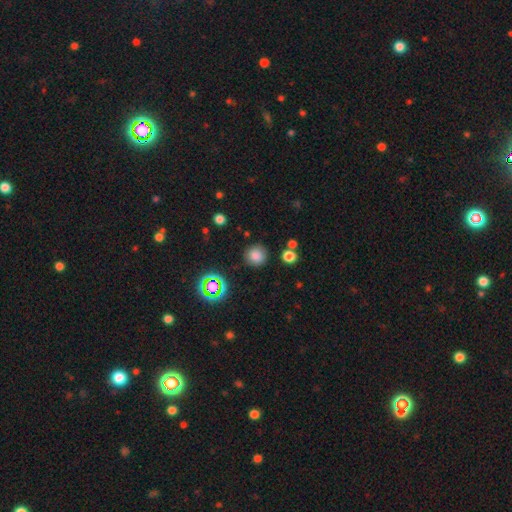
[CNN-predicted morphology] type=smooth (77%); roundness=round (90%); merging=none (84%).